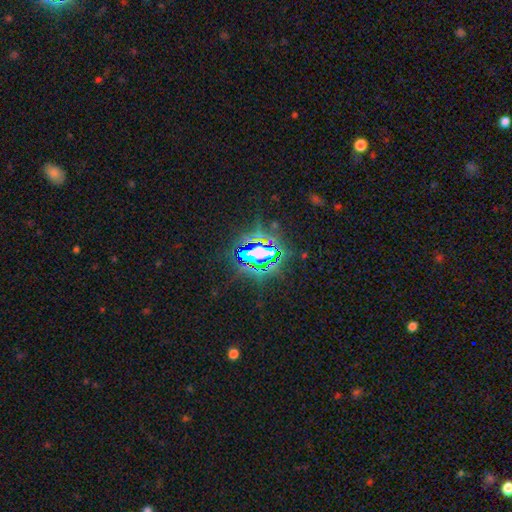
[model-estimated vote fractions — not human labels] Morphology: type=star or artifact (75%).